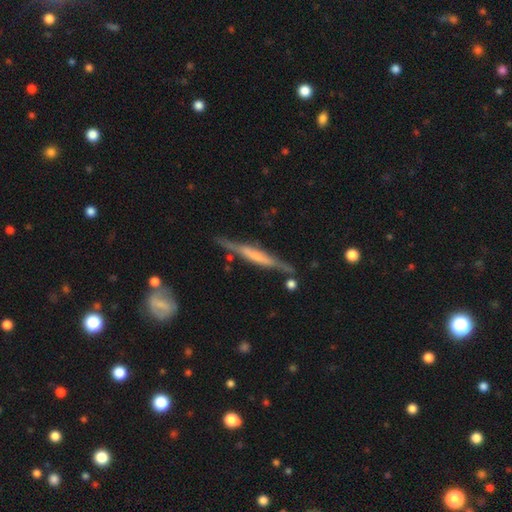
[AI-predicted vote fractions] The model was most divided on "edge-on bulge": boxy: 41%, none: 33%, rounded: 26%. More confident: edge-on disk — yes (95%); merging — none (76%); smooth or featured — featured or disk (68%).